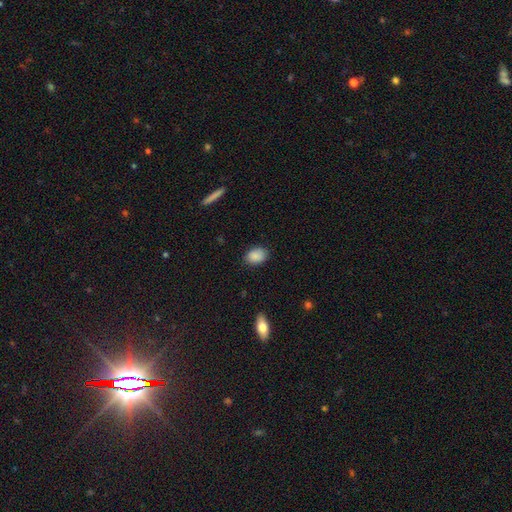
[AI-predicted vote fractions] Smooth or featured? smooth (88%)
How rounded? in between (80%)
Merging? none (82%)